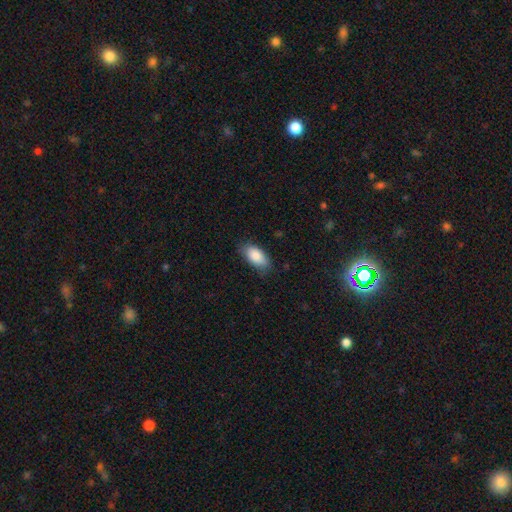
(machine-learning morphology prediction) Smooth or featured? Predicted: smooth (p=0.87). How rounded? Predicted: in between (p=0.92). Merging? Predicted: none (p=0.78).